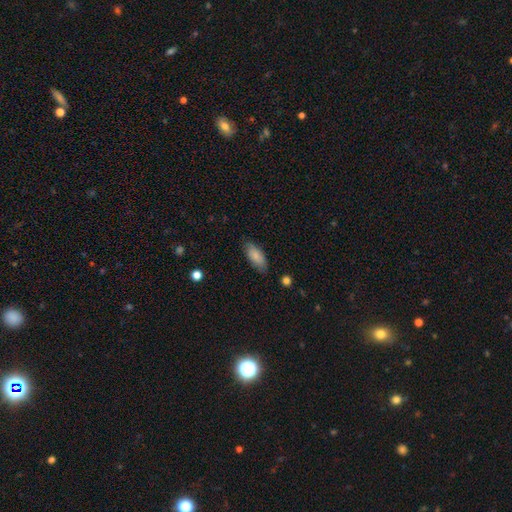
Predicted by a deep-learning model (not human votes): Smooth or featured: smooth — 84% (featured or disk — 10%)
How rounded: in between — 82% (cigar-shaped — 16%)
Merging: none — 81% (minor disturbance — 15%)